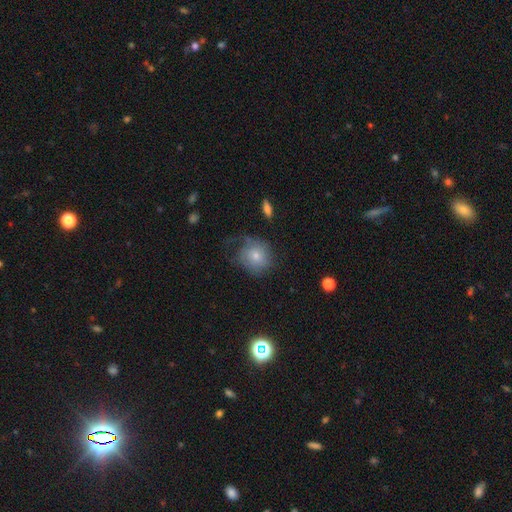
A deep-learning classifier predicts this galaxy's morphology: Smooth or featured? smooth (60%)
How rounded? round (77%)
Merging? none (43%)